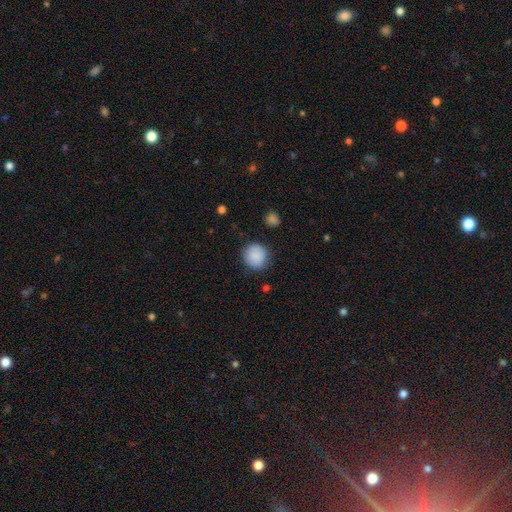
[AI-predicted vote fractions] Smooth or featured: smooth — 88% (star or artifact — 8%)
How rounded: round — 89% (in between — 10%)
Merging: none — 84% (minor disturbance — 11%)